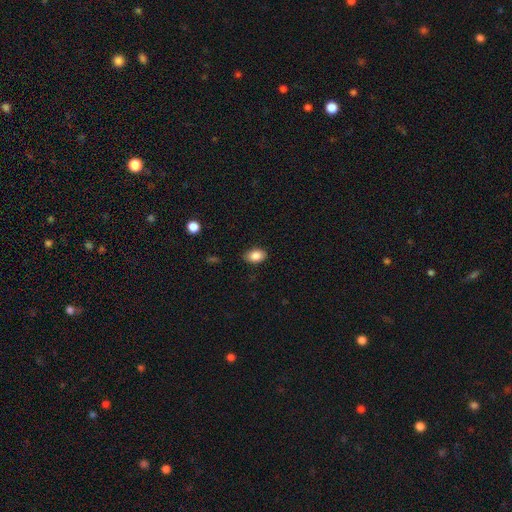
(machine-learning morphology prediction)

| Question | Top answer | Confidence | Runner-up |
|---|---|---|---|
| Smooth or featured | smooth | 87% | star or artifact (8%) |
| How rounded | in between | 86% | round (12%) |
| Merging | none | 85% | minor disturbance (12%) |